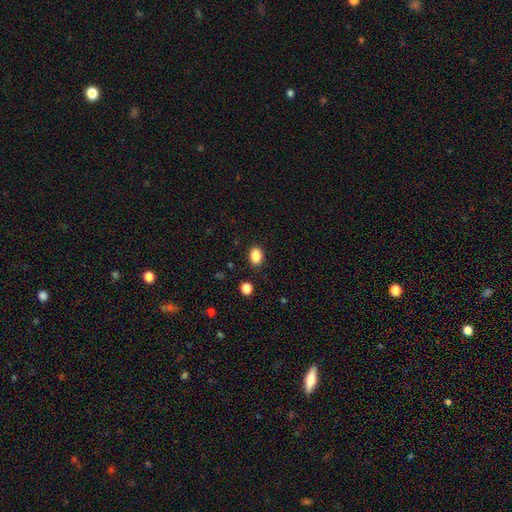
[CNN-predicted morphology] The model was most divided on "how rounded": in between: 66%, round: 33%, cigar-shaped: 1%. More confident: merging — none (88%); smooth or featured — smooth (87%).